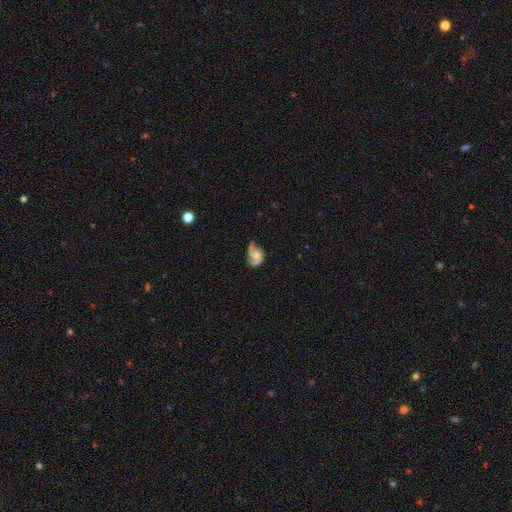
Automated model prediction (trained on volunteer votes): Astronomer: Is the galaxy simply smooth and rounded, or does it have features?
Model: featured or disk — 73%.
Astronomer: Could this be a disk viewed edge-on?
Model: no — 98%.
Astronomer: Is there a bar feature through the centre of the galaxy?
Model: no — 68%.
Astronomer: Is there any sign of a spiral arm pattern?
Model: yes — 92%.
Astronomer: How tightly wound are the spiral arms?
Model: medium — 45% (runner-up: loose, 31%).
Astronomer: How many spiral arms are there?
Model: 2 — 71%.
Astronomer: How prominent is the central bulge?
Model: small — 40% (runner-up: moderate, 37%).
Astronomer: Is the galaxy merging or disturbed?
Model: none — 46% (runner-up: minor disturbance, 27%).